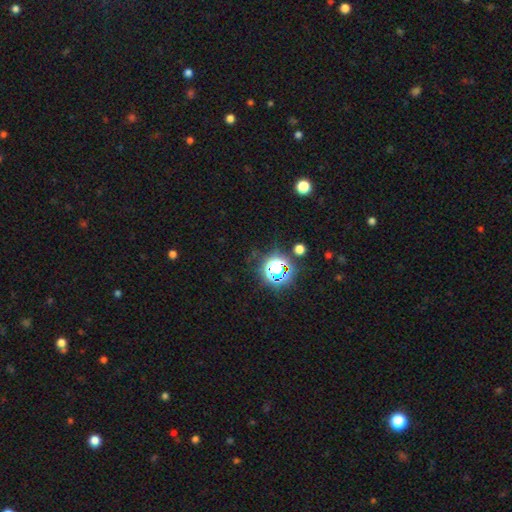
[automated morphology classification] Smooth or featured? Predicted: star or artifact (p=0.75).